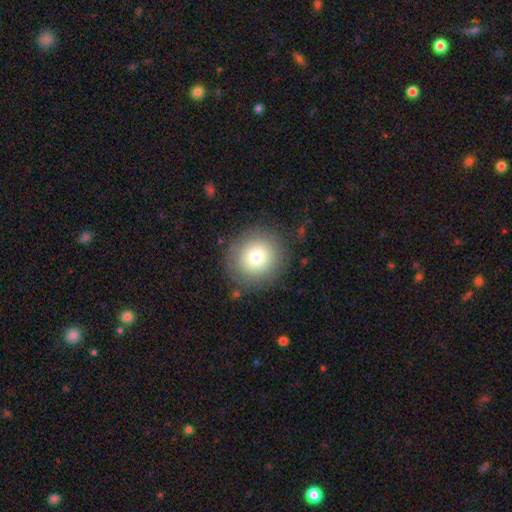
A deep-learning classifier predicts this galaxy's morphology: type=smooth (78%); roundness=round (88%); merging=none (85%).